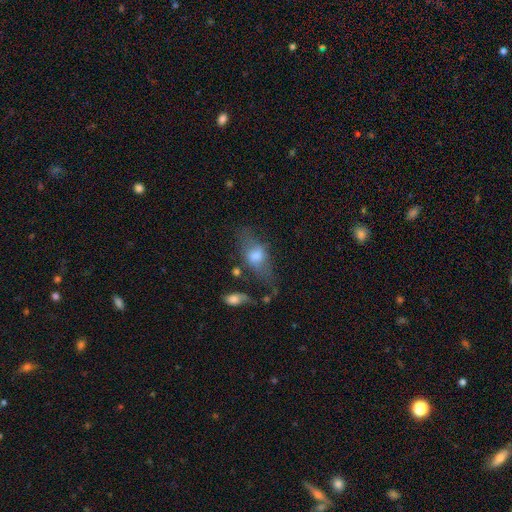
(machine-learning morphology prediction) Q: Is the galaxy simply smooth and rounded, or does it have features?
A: smooth — 50%.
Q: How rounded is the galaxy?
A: in between — 74%.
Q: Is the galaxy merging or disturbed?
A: none — 53%.